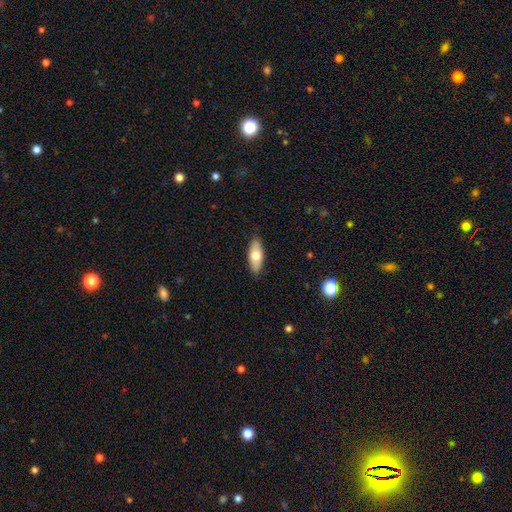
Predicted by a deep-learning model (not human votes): A smooth galaxy with no disk features (70%) that is in between round and cigar-shaped (77%). Merging: none (87%).